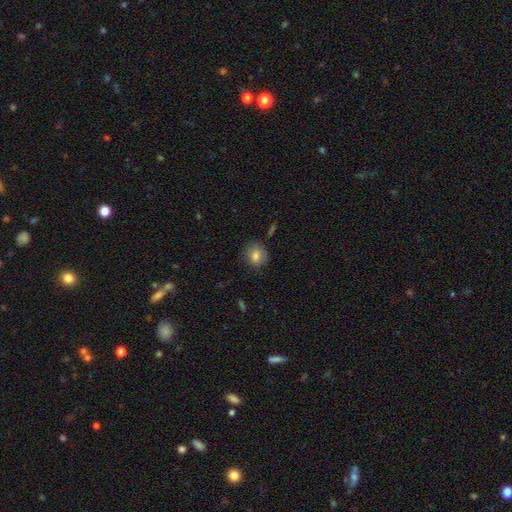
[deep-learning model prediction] Smooth or featured? smooth (82%)
How rounded? round (76%)
Merging? none (82%)